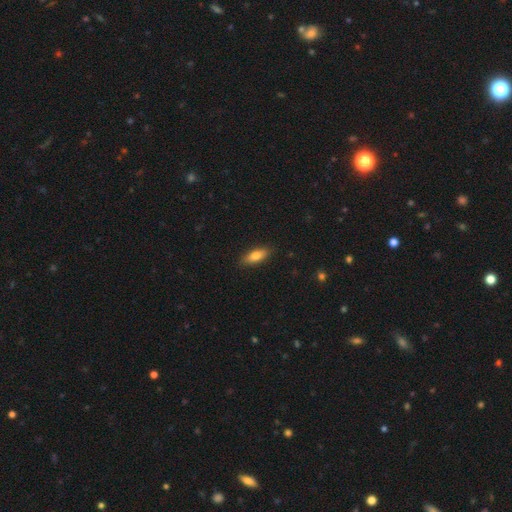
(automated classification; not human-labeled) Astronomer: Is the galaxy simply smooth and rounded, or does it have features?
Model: smooth — 80%.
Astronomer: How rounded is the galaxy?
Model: in between — 70%.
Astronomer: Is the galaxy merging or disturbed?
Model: none — 87%.